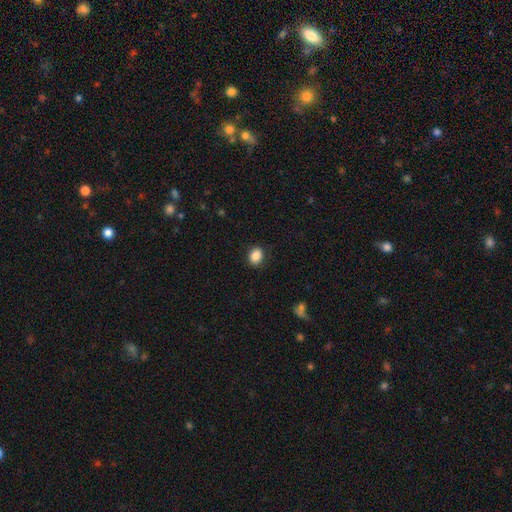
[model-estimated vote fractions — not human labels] smooth 87%, star or artifact 9%, featured or disk 4%. Down the decision tree: how rounded — in between (51%); merging — none (87%).